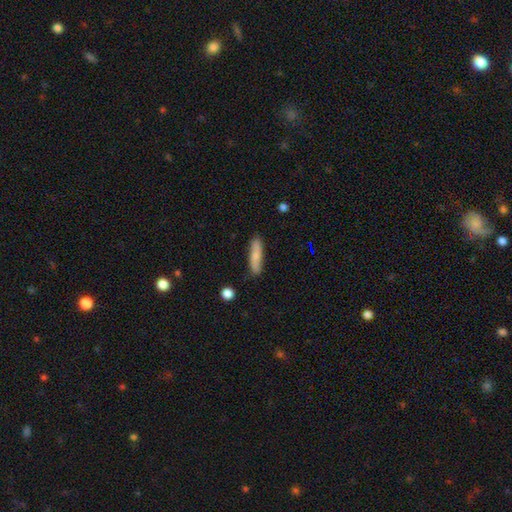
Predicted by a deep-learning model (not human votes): Q: Smooth or featured?
A: smooth (73%); runner-up: featured or disk (21%)
Q: How rounded?
A: cigar-shaped (75%); runner-up: in between (23%)
Q: Merging?
A: none (82%); runner-up: minor disturbance (13%)